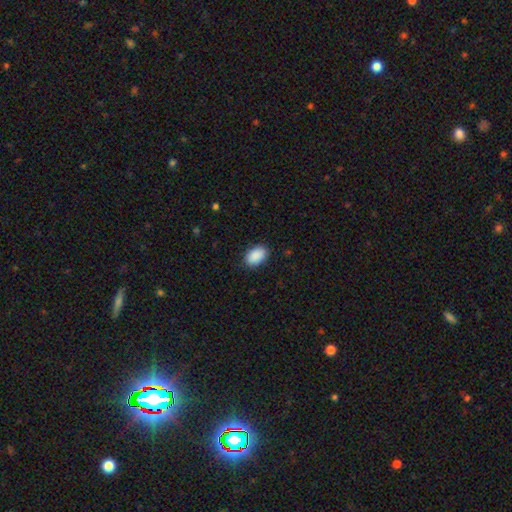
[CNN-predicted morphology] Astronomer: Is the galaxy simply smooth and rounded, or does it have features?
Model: smooth — 91%.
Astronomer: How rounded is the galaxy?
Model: in between — 91%.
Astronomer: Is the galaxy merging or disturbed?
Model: none — 88%.